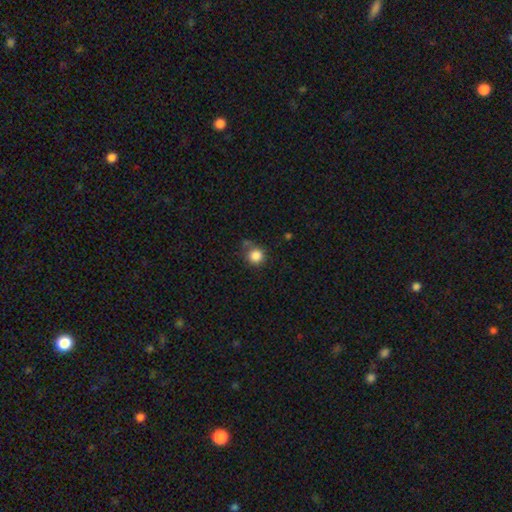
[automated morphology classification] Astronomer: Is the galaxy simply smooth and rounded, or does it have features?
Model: smooth — 85%.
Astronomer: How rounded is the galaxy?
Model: round — 92%.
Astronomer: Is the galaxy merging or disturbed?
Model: none — 66%.